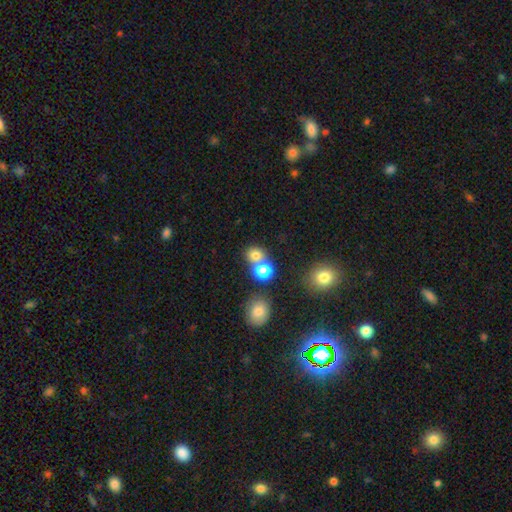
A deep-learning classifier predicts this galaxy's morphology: The model was most divided on "merging": none: 56%, merger: 32%, minor disturbance: 8%, major disturbance: 3%. More confident: how rounded — round (79%); smooth or featured — smooth (75%).